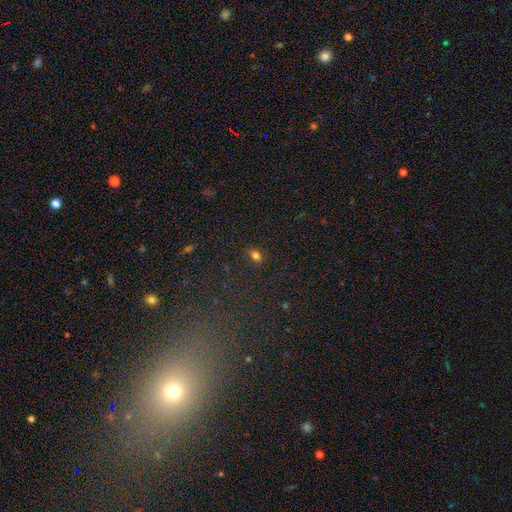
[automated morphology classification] This appears to be a smooth galaxy with no disk features (73%) that is in between round and cigar-shaped (76%). Merging: none (82%).